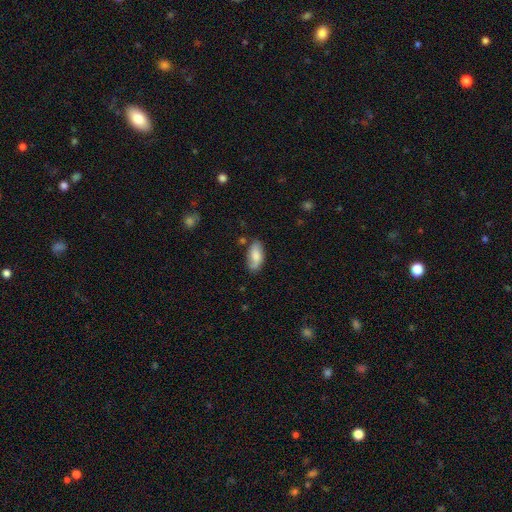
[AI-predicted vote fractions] Smooth or featured? smooth (73%)
How rounded? in between (88%)
Merging? none (72%)